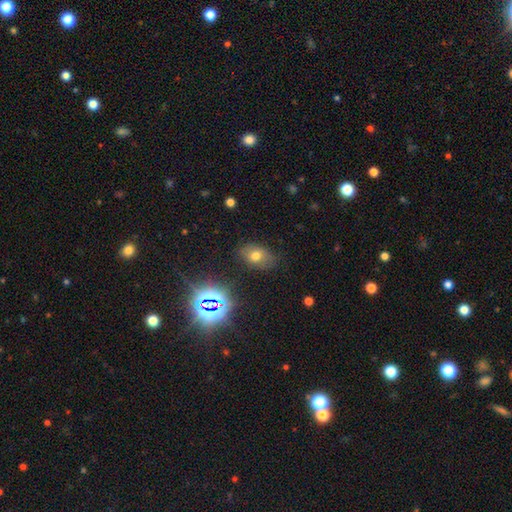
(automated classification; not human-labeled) smooth-or-featured: smooth: 64% | star or artifact: 20% | featured or disk: 16%
  how-rounded: in between: 80% | round: 19% | cigar-shaped: 1%
  merging: none: 76% | minor disturbance: 17% | major disturbance: 5% | merger: 2%